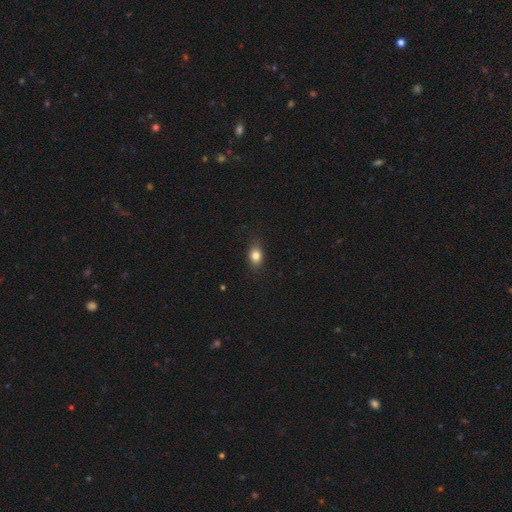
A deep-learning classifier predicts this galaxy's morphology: Smooth or featured? Predicted: smooth (p=0.83). How rounded? Predicted: in between (p=0.67). Merging? Predicted: none (p=0.83).